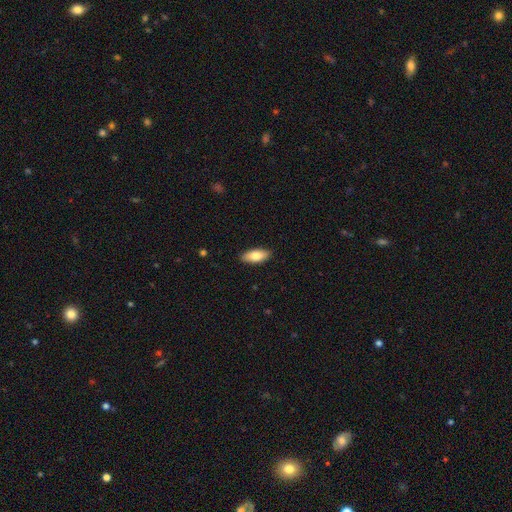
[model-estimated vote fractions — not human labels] This appears to be a smooth galaxy with no disk features (81%) that is in between round and cigar-shaped (85%). Merging: none (90%).